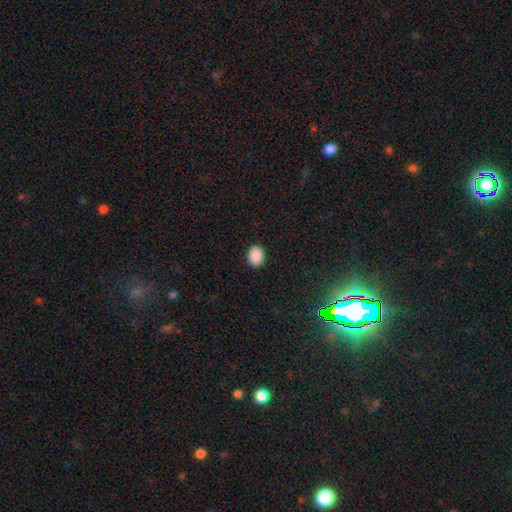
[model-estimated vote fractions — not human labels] Smooth or featured? Predicted: smooth (p=0.90). How rounded? Predicted: in between (p=0.61). Merging? Predicted: none (p=0.90).